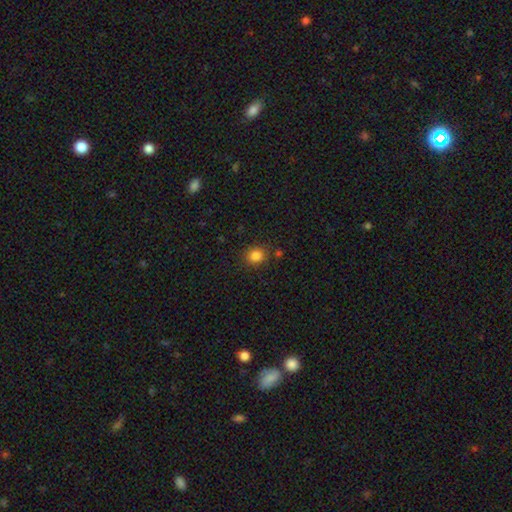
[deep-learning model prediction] A smooth galaxy with no disk features (84%) that is round (76%).

Vote fractions:
- Smooth or featured? smooth: 84% / star or artifact: 12% / featured or disk: 5%
- How rounded? round: 76% / in between: 23% / cigar-shaped: 1%
- Merging? none: 84% / minor disturbance: 10% / merger: 3% / major disturbance: 3%